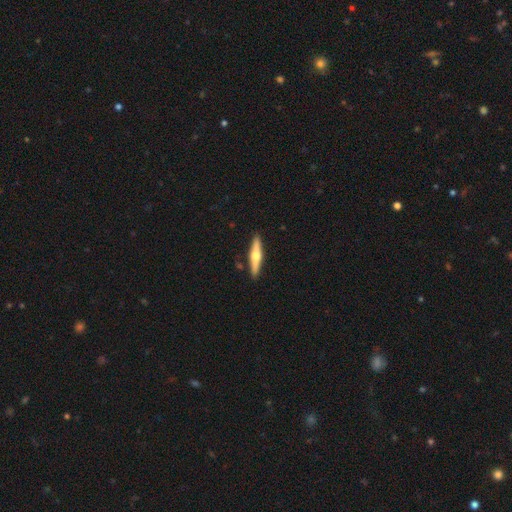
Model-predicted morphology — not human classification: Smooth or featured?
  - featured or disk: 60% *
  - smooth: 36%
  - star or artifact: 5%
Edge-on disk?
  - yes: 96% *
  - no: 4%
Edge-on bulge?
  - rounded: 94% *
  - none: 3%
  - boxy: 3%
Merging?
  - none: 90% *
  - minor disturbance: 7%
  - merger: 2%
  - major disturbance: 1%